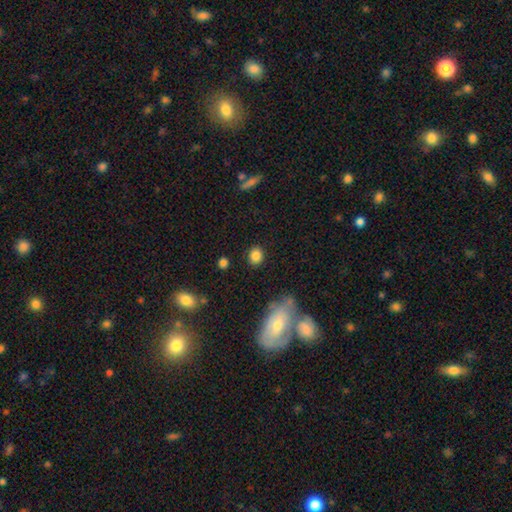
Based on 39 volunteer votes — Volunteers were most divided on "how rounded": round: 69%, in between: 31%, cigar-shaped: 0%. More confident: smooth or featured — smooth (90%); merging — none (75%).